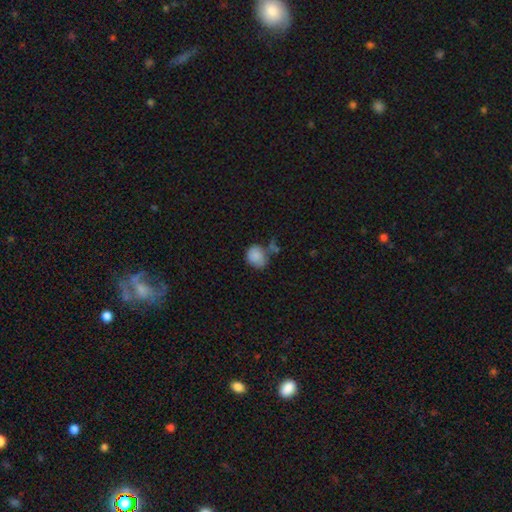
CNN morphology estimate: The model was most divided on "how rounded": round: 58%, in between: 41%, cigar-shaped: 1%. More confident: smooth or featured — smooth (85%); merging — none (51%).